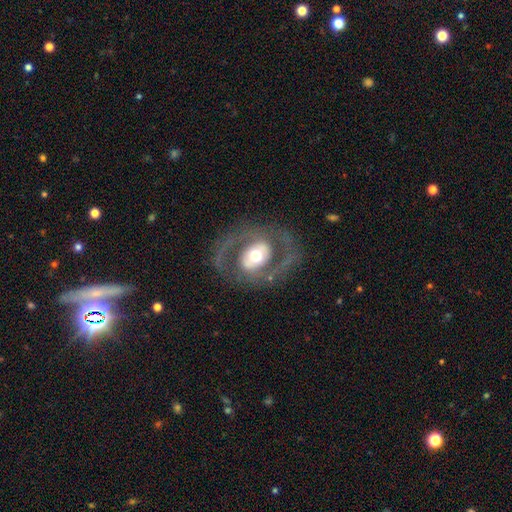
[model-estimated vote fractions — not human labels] Smooth or featured? featured or disk (78%)
Edge-on disk? no (95%)
Bar? no (54%)
Spiral arms? yes (66%)
Bulge size? moderate (60%)
Merging? none (74%)